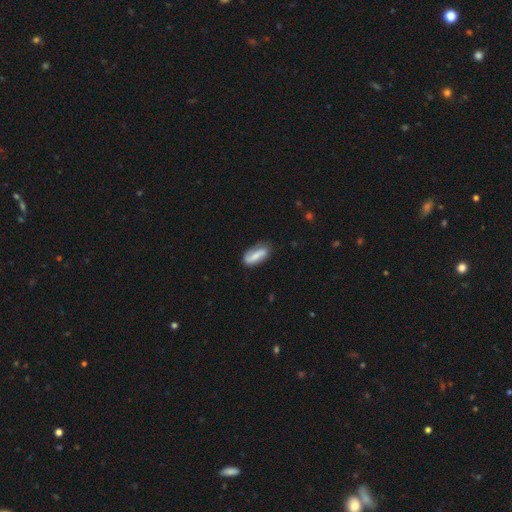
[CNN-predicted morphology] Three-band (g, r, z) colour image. It shows a smooth galaxy with no disk features (49%). Merging: none (74%).